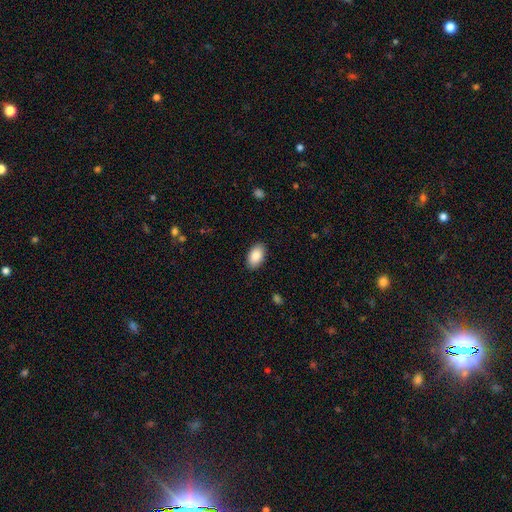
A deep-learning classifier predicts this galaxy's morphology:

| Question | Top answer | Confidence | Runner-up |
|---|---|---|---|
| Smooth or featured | smooth | 87% | star or artifact (7%) |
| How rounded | in between | 94% | round (5%) |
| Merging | none | 89% | minor disturbance (8%) |